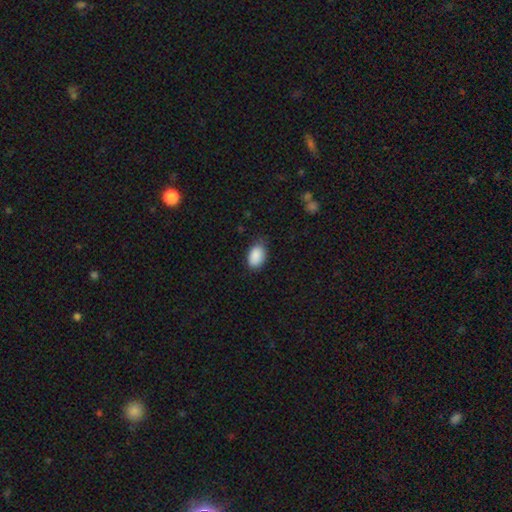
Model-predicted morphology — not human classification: type=smooth (90%); roundness=in between (91%); merging=none (71%).